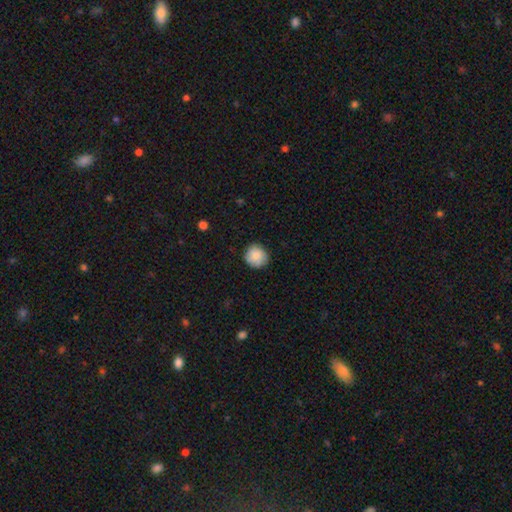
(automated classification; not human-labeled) Morphology: type=smooth (85%); roundness=round (92%); merging=none (86%).